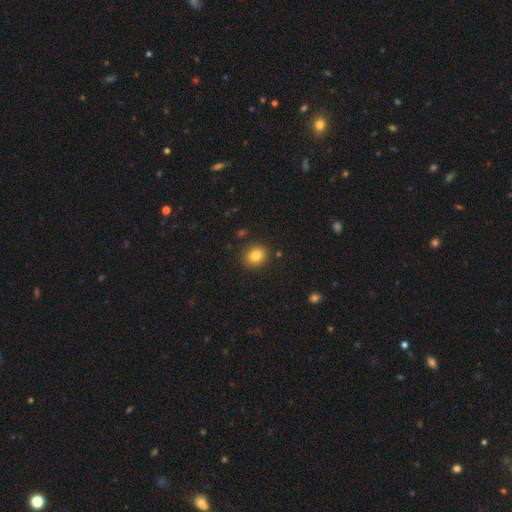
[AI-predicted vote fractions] Smooth or featured?
  - smooth: 84% *
  - star or artifact: 10%
  - featured or disk: 6%
How rounded?
  - round: 65% *
  - in between: 35%
  - cigar-shaped: 1%
Merging?
  - none: 89% *
  - minor disturbance: 7%
  - major disturbance: 2%
  - merger: 2%